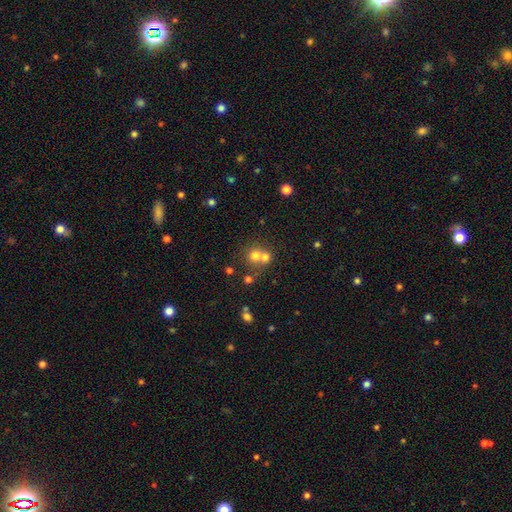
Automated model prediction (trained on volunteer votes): smooth_or_featured: smooth (p=0.69) [alt: featured or disk p=0.16]
how_rounded: round (p=0.85) [alt: in between p=0.14]
merging: merger (p=0.52) [alt: none p=0.40]